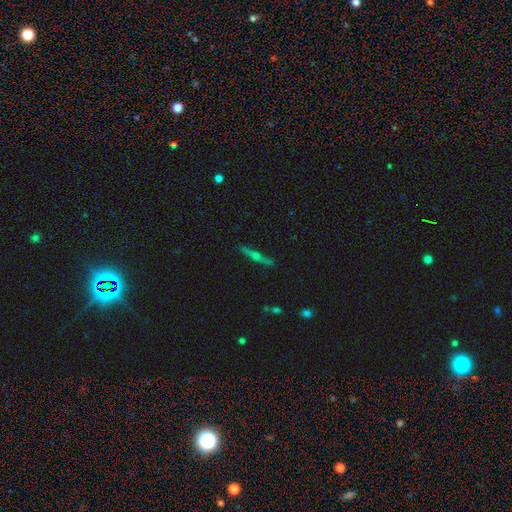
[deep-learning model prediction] This is likely a featured or disk galaxy (71%). It is clearly viewed edge-on (97%). Edge-on bulge: clearly rounded (84%). Merging: clearly none (88%).